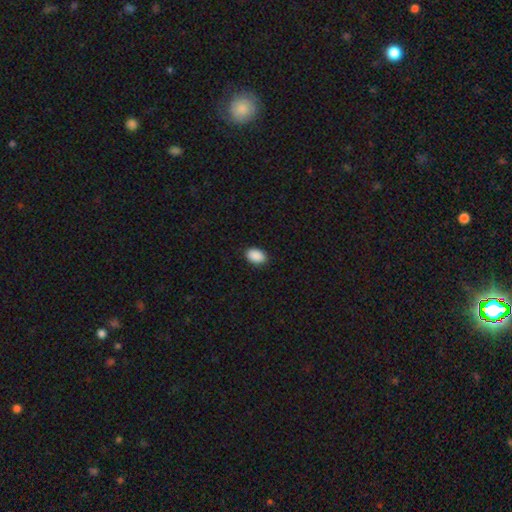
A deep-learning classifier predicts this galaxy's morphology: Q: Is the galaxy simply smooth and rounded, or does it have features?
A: smooth — 91%.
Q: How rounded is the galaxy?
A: in between — 89%.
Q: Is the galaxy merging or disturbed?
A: none — 89%.